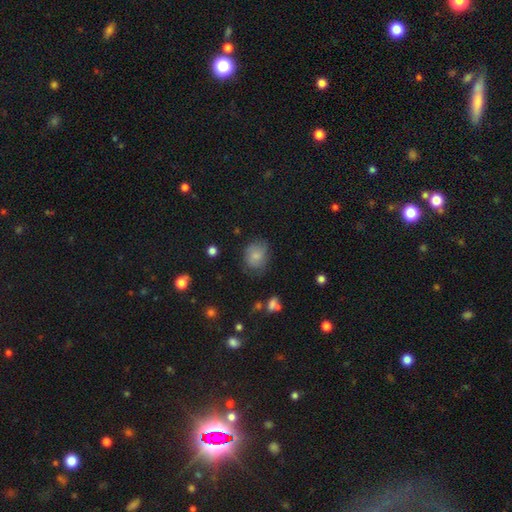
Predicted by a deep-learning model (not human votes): Smooth or featured? smooth (76%)
How rounded? round (59%)
Merging? none (60%)